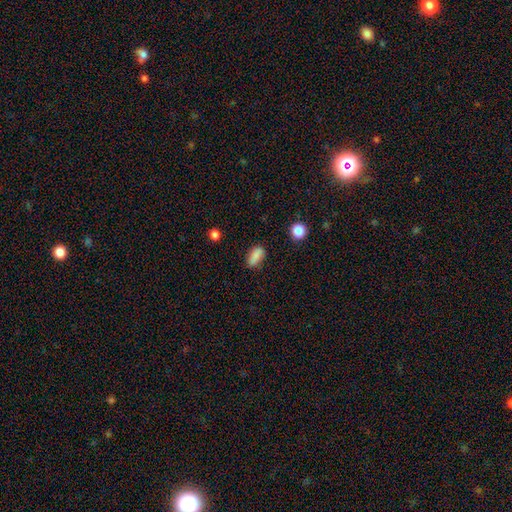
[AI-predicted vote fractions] A smooth galaxy with no disk features (84%) that is in between round and cigar-shaped (83%). Merging: none (75%).